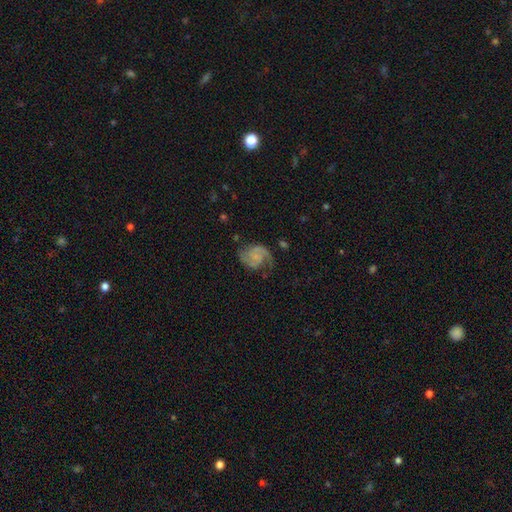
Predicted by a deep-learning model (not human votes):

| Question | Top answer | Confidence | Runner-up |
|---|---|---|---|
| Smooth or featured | featured or disk | 85% | smooth (9%) |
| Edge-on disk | no | 98% | yes (2%) |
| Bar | no | 63% | weak (31%) |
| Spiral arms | yes | 97% | no (3%) |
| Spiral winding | medium | 52% | tight (31%) |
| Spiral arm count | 2 | 87% | 3 (4%) |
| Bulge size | small | 46% | none (38%) |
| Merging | none | 69% | minor disturbance (19%) |